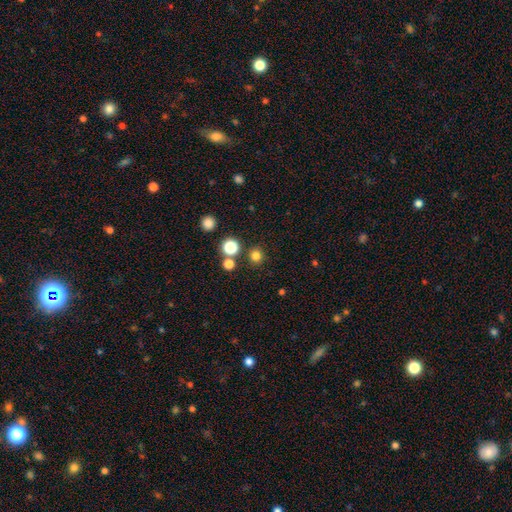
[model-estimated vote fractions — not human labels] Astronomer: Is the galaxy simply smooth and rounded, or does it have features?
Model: smooth — 78%.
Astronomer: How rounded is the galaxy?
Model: round — 92%.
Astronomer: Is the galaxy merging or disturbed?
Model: none — 86%.